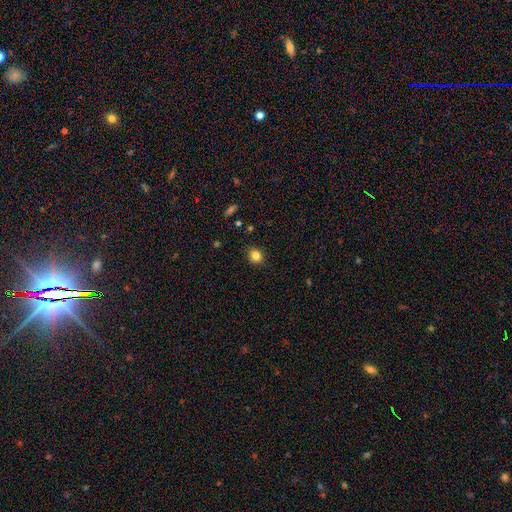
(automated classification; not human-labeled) Smooth or featured? smooth (83%)
How rounded? round (73%)
Merging? none (89%)